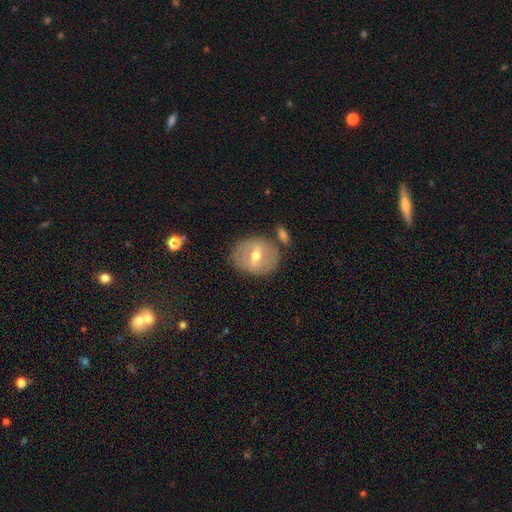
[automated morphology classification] Smooth or featured? Predicted: featured or disk (p=0.55). Edge-on disk? Predicted: no (p=0.91). Bar? Predicted: weak (p=0.46). Spiral arms? Predicted: no (p=0.72). Bulge size? Predicted: moderate (p=0.69). Merging? Predicted: none (p=0.74).